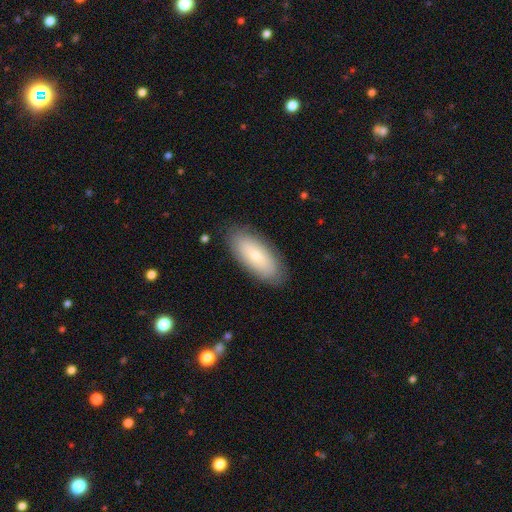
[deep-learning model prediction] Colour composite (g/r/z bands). It shows a smooth galaxy with no disk features (68%) that is in between round and cigar-shaped (84%). Merging: none (85%).